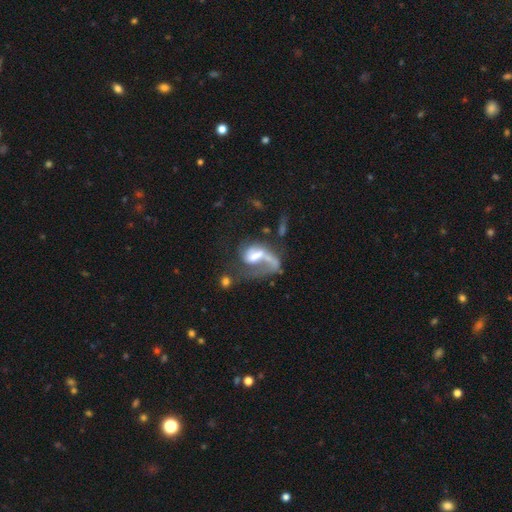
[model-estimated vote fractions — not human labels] The model was most divided on "bar": no: 40%, weak: 37%, strong: 23%. Remaining: edge-on disk — no (96%); spiral arms — yes (70%); smooth or featured — featured or disk (66%); merging — major disturbance (42%); bulge size — moderate (39%).